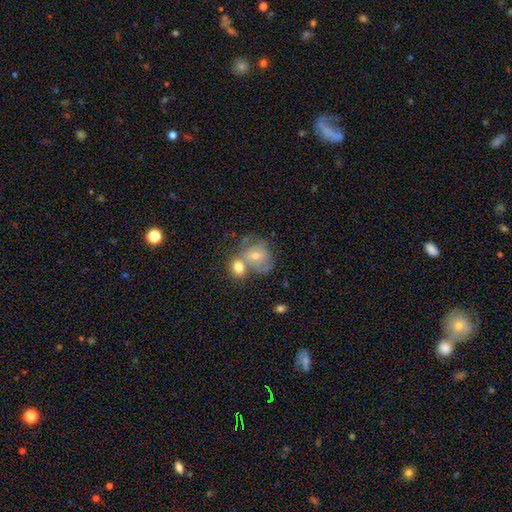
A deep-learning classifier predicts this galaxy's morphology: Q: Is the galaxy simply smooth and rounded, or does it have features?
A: smooth — 47%.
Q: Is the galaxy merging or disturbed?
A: merger — 46%.